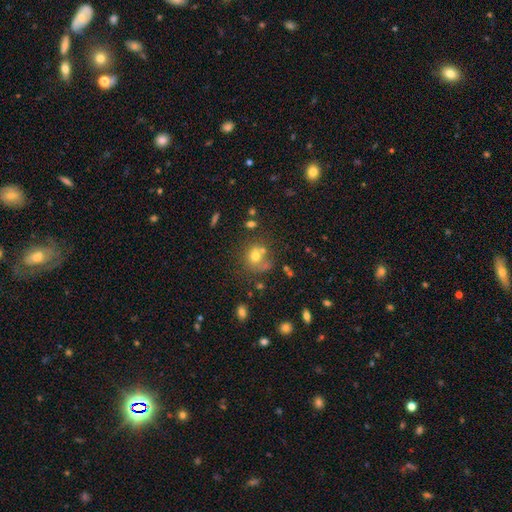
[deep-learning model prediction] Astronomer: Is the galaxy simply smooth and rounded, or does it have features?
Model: smooth — 67%.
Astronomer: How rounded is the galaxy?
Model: round — 73%.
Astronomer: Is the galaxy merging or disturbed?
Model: none — 45% (runner-up: merger, 29%).